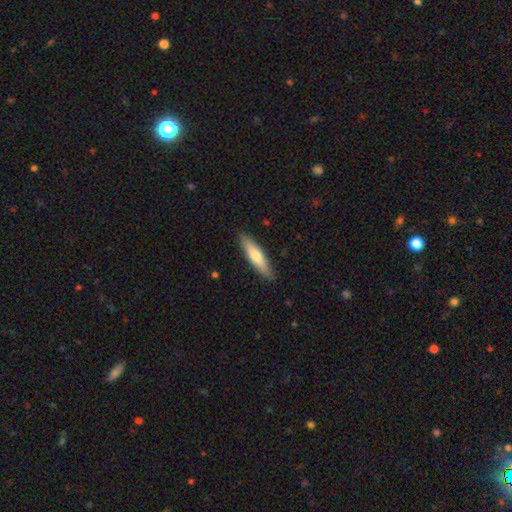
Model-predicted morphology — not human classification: This appears to be a smooth galaxy with no disk features (63%) that is cigar-shaped (75%). Merging: none (88%).